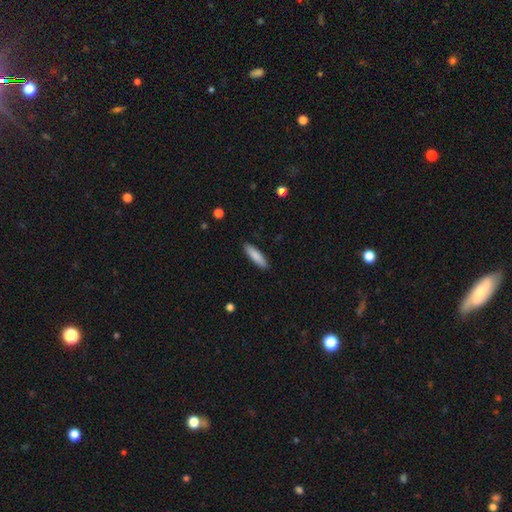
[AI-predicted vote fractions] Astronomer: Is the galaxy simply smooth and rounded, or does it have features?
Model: smooth — 86%.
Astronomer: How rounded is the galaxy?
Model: cigar-shaped — 69%.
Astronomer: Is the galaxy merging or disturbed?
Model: none — 90%.